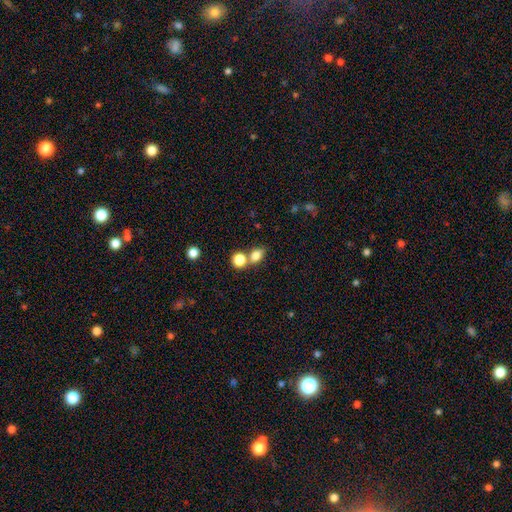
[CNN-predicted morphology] A smooth galaxy with no disk features (79%) that is in between round and cigar-shaped (55%).

Vote fractions:
- Smooth or featured? smooth: 79% / star or artifact: 12% / featured or disk: 9%
- How rounded? in between: 55% / round: 43% / cigar-shaped: 2%
- Merging? none: 52% / merger: 34% / minor disturbance: 10% / major disturbance: 4%